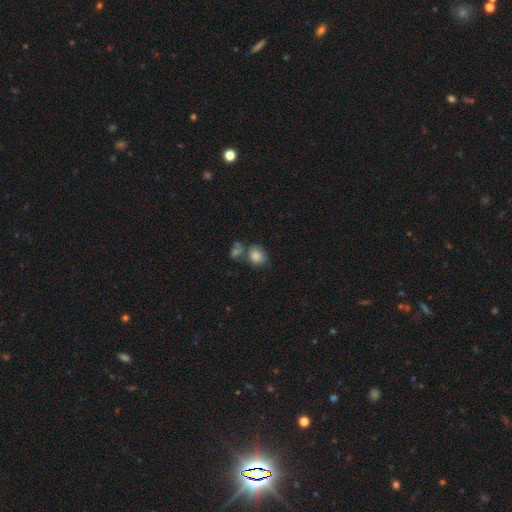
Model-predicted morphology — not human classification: Smooth or featured?
  - smooth: 79% *
  - star or artifact: 11%
  - featured or disk: 10%
How rounded?
  - round: 58% *
  - in between: 41%
  - cigar-shaped: 1%
Merging?
  - none: 47% *
  - merger: 31%
  - minor disturbance: 15%
  - major disturbance: 7%